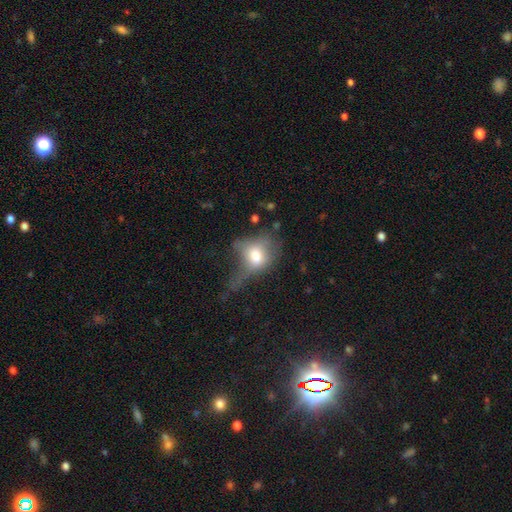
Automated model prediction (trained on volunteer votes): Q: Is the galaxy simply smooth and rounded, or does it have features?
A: smooth — 66%.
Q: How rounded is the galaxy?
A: in between — 63%.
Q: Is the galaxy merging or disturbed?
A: major disturbance — 50%.